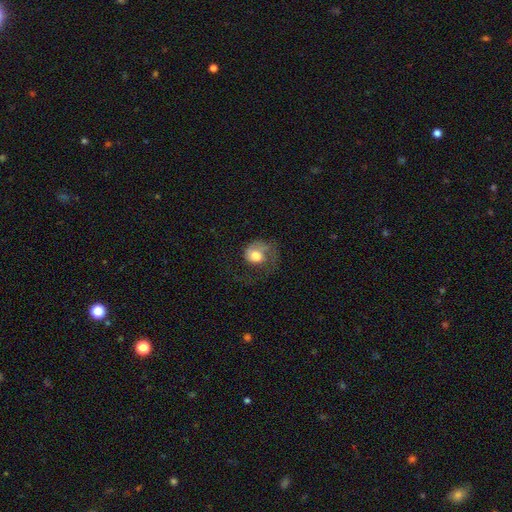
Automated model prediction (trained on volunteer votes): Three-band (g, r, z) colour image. It shows a featured or disk galaxy (48%). Merging: major disturbance (48%).